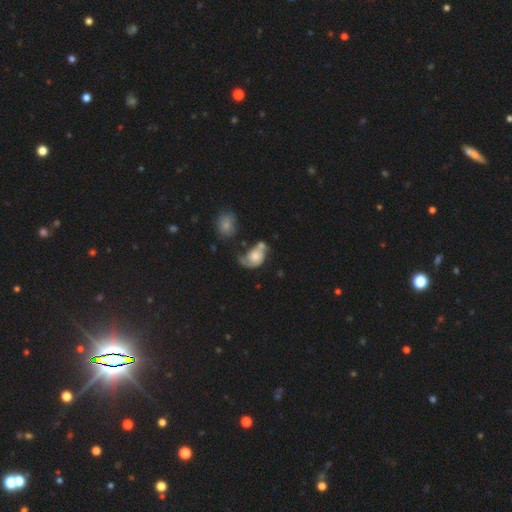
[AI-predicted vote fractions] This is possibly a featured or disk galaxy (48%). Merging: marginally major disturbance (29%, tied with merger).